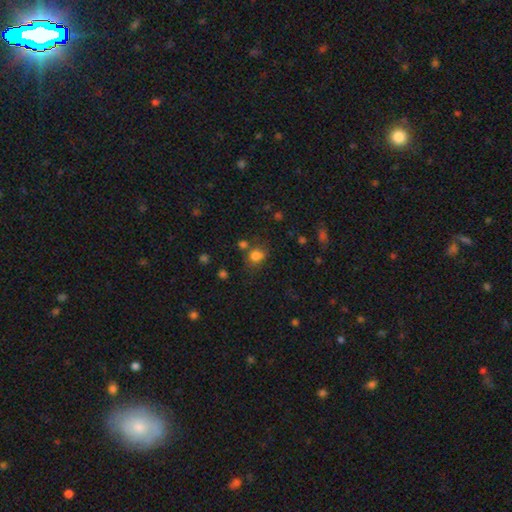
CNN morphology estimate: Smooth or featured? smooth (78%)
How rounded? round (56%)
Merging? none (59%)